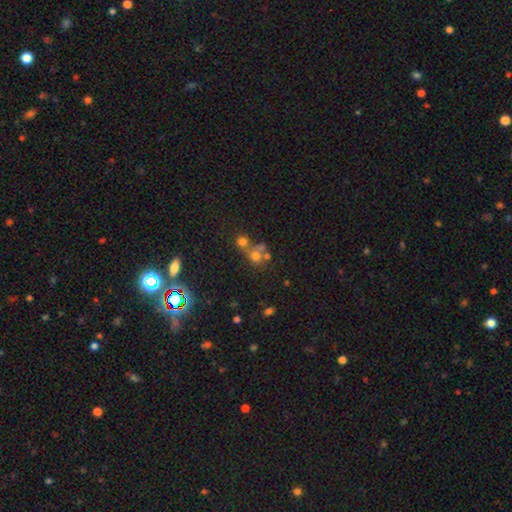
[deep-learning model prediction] Overall: smooth (61%; star or artifact 23%). How rounded: round (83%). Merging: merger (43%, tied with none).